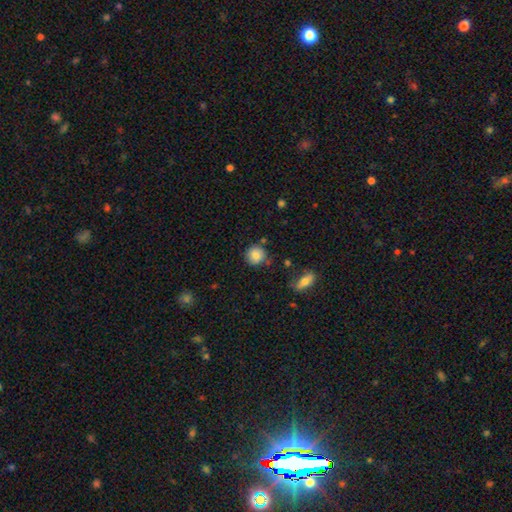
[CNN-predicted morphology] A smooth galaxy with no disk features (81%) that is round (89%).

Vote fractions:
- Smooth or featured? smooth: 81% / featured or disk: 10% / star or artifact: 9%
- How rounded? round: 89% / in between: 10% / cigar-shaped: 1%
- Merging? none: 78% / minor disturbance: 15% / merger: 5% / major disturbance: 3%